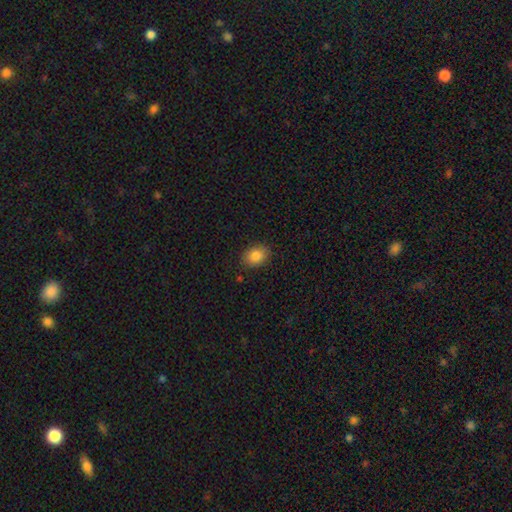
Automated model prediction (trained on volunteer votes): Smooth or featured?
  - smooth: 85% *
  - star or artifact: 9%
  - featured or disk: 7%
How rounded?
  - in between: 72% *
  - round: 27%
  - cigar-shaped: 1%
Merging?
  - none: 85% *
  - minor disturbance: 11%
  - major disturbance: 2%
  - merger: 1%